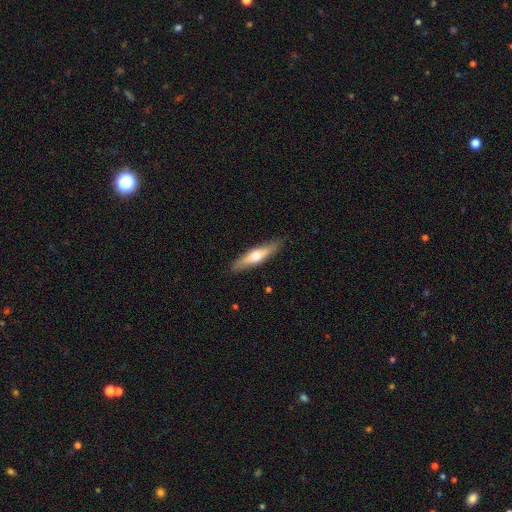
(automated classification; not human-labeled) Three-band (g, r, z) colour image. It shows a smooth galaxy with no disk features (49%). Merging: none (87%).